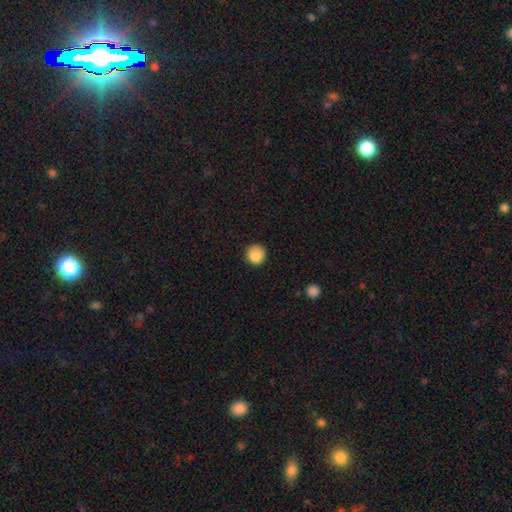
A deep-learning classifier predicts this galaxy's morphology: Overall: smooth (87%). How rounded: round (92%). Merging: none (84%).